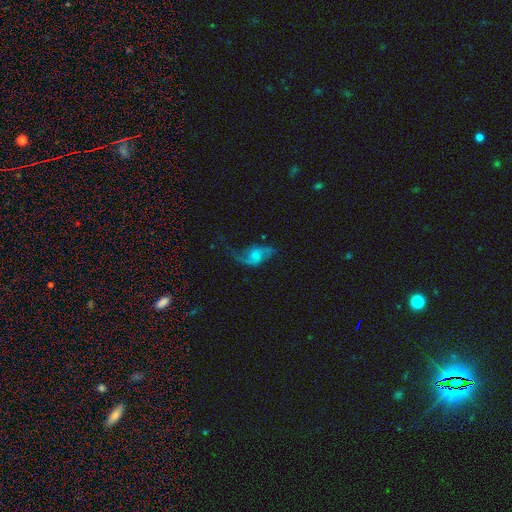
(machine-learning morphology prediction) featured or disk 68%, smooth 24%, star or artifact 8%. Down the decision tree: edge-on disk — no (96%); bar — no (59%); spiral arms — yes (87%); spiral arm count — 2 (80%); spiral winding — loose (74%); bulge size — small (39%); merging — none (44%).